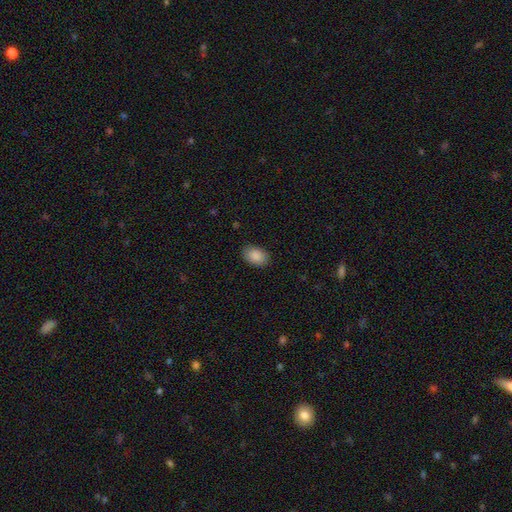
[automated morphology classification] smooth-or-featured: smooth: 89% | star or artifact: 7% | featured or disk: 4%
  how-rounded: in between: 87% | round: 12% | cigar-shaped: 1%
  merging: none: 87% | minor disturbance: 10% | major disturbance: 2% | merger: 1%